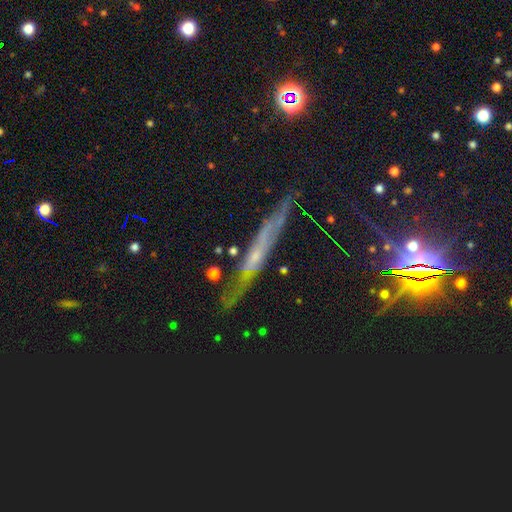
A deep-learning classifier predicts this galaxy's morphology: Q: Smooth or featured?
A: featured or disk (62%); runner-up: smooth (20%)
Q: Edge-on disk?
A: yes (78%); runner-up: no (22%)
Q: Merging?
A: none (68%); runner-up: minor disturbance (22%)